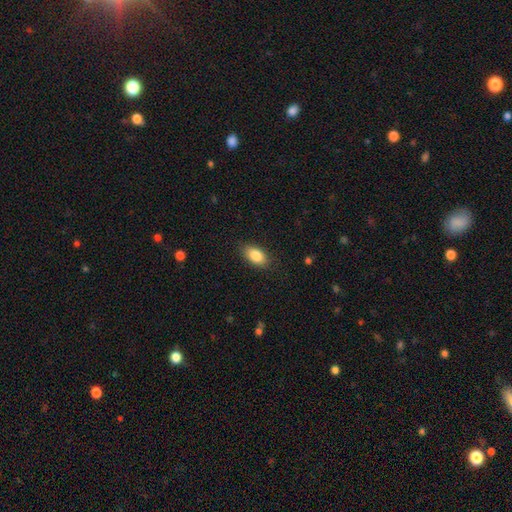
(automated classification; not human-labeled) smooth-or-featured: smooth: 86% | star or artifact: 7% | featured or disk: 7%
  how-rounded: in between: 90% | round: 6% | cigar-shaped: 3%
  merging: none: 83% | minor disturbance: 13% | major disturbance: 3% | merger: 1%